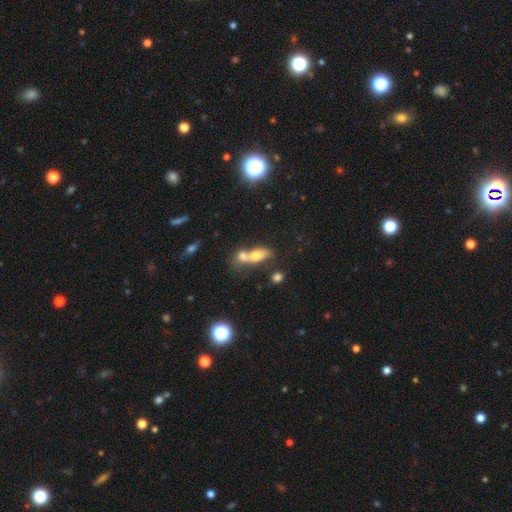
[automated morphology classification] This is likely a smooth galaxy (67%). How rounded: likely in between (72%). Merging: likely merger (64%).